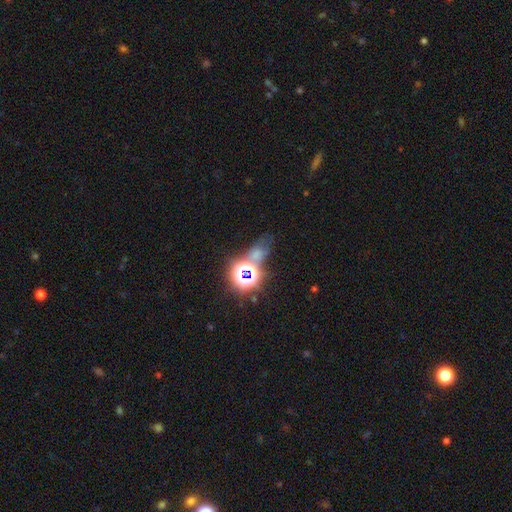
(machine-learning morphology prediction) smooth-or-featured: star or artifact: 68% | smooth: 21% | featured or disk: 11%